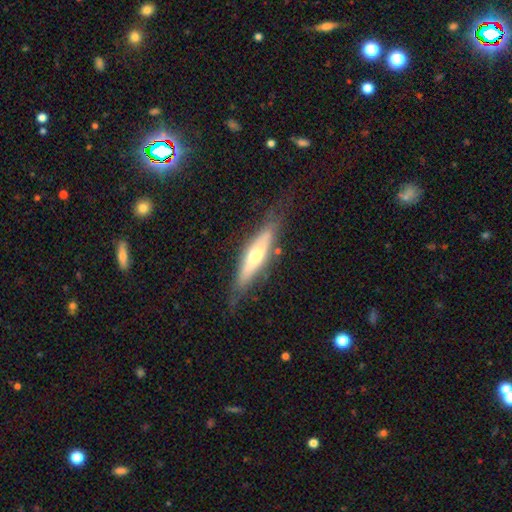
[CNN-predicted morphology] Q: Smooth or featured?
A: featured or disk (55%); runner-up: smooth (39%)
Q: Edge-on disk?
A: yes (77%); runner-up: no (23%)
Q: Merging?
A: none (73%); runner-up: minor disturbance (19%)